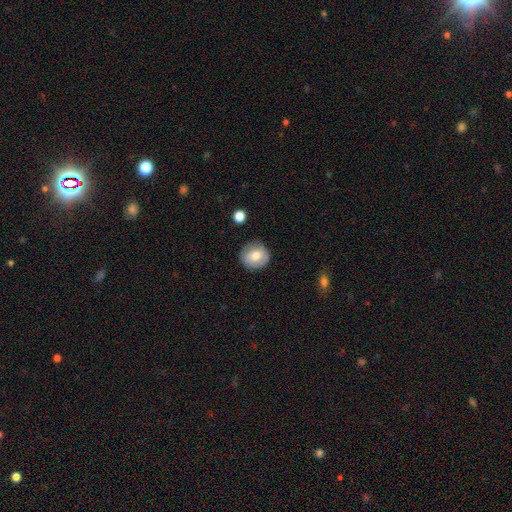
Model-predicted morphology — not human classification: This appears to be a smooth galaxy with no disk features (70%) that is round (87%). Merging: none (84%).